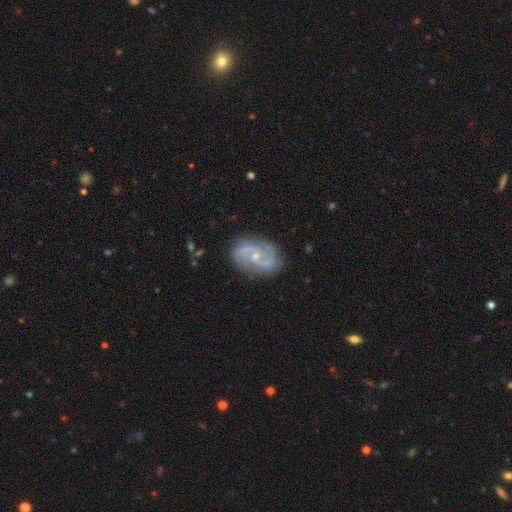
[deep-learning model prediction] smooth_or_featured: featured or disk (p=0.86) [alt: smooth p=0.08]
disk_edge_on: no (p=0.97) [alt: yes p=0.03]
bar: no (p=0.48) [alt: weak p=0.42]
has_spiral_arms: yes (p=0.96) [alt: no p=0.04]
spiral_winding: medium (p=0.52) [alt: loose p=0.28]
spiral_arm_count: 2 (p=0.86) [alt: can't tell p=0.05]
bulge_size: small (p=0.65) [alt: moderate p=0.30]
merging: none (p=0.81) [alt: minor disturbance p=0.13]